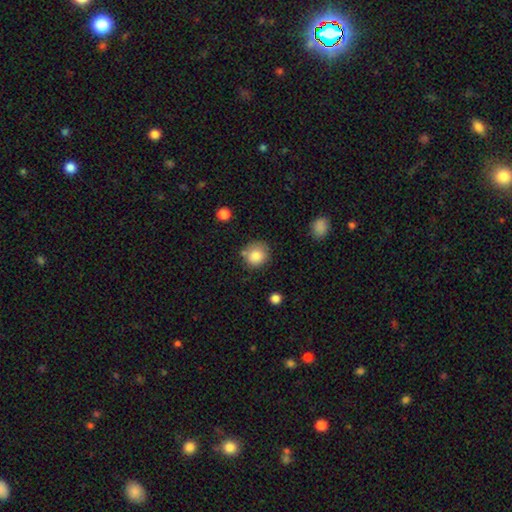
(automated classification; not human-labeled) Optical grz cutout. It shows a smooth galaxy with no disk features (84%) that is round (85%). Merging: none (71%).